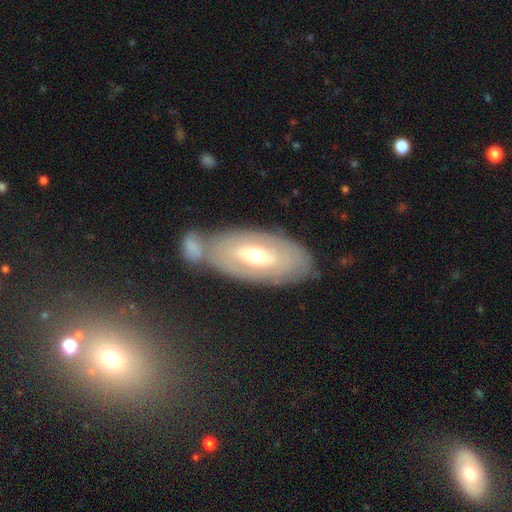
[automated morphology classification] Smooth or featured? Predicted: featured or disk (p=0.59). Edge-on disk? Predicted: no (p=0.88). Bar? Predicted: no (p=0.44). Spiral arms? Predicted: no (p=0.58). Bulge size? Predicted: moderate (p=0.68). Merging? Predicted: none (p=0.49).